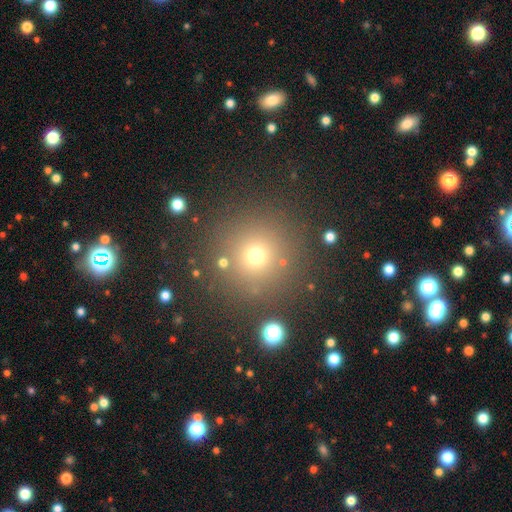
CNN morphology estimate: This appears to be a smooth galaxy with no disk features (66%) that is round (95%). Merging: none (85%).